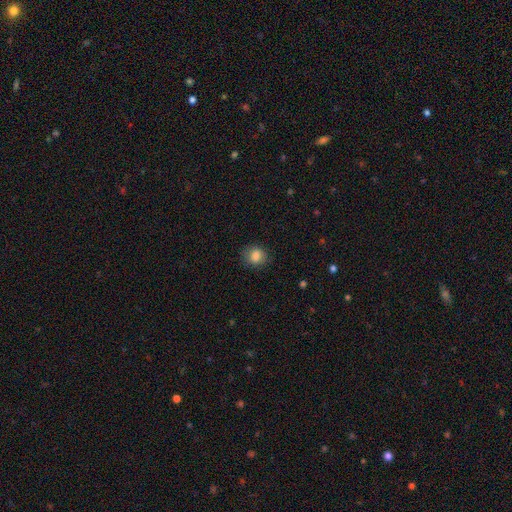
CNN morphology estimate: smooth_or_featured: smooth (p=0.84) [alt: star or artifact p=0.09]
how_rounded: round (p=0.72) [alt: in between p=0.27]
merging: none (p=0.81) [alt: minor disturbance p=0.14]